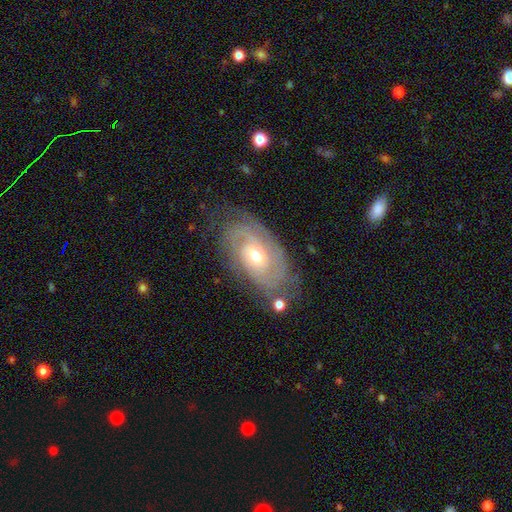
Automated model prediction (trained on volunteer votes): This is clearly a featured or disk galaxy (84%). It is clearly not viewed edge-on (94%). Bar: likely no (69%). Spiral arm pattern: clearly yes (93%). Spiral arm count: marginally can't tell (38%). Spiral winding: likely tight (74%). Central bulge: possibly moderate (52%). Merging: likely none (71%).